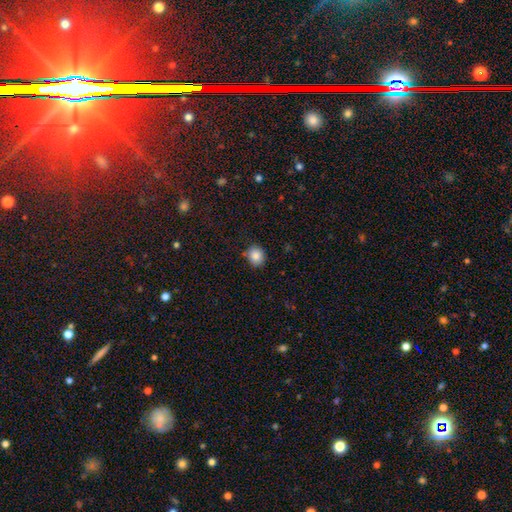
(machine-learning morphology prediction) Smooth or featured: smooth — 86% (star or artifact — 9%)
How rounded: round — 78% (in between — 21%)
Merging: none — 83% (minor disturbance — 13%)